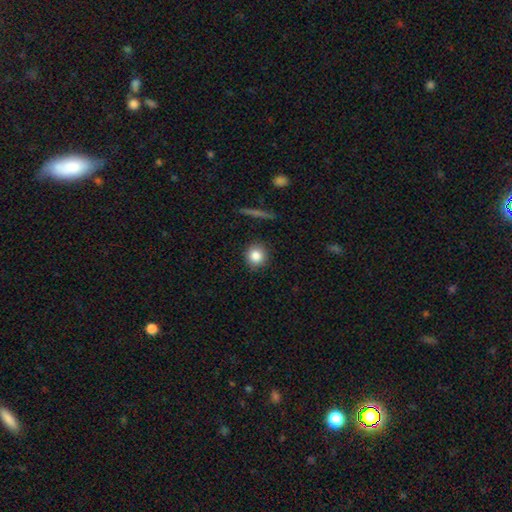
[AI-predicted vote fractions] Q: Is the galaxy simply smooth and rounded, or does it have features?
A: smooth — 83%.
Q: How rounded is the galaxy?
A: round — 90%.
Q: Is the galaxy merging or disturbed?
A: none — 89%.